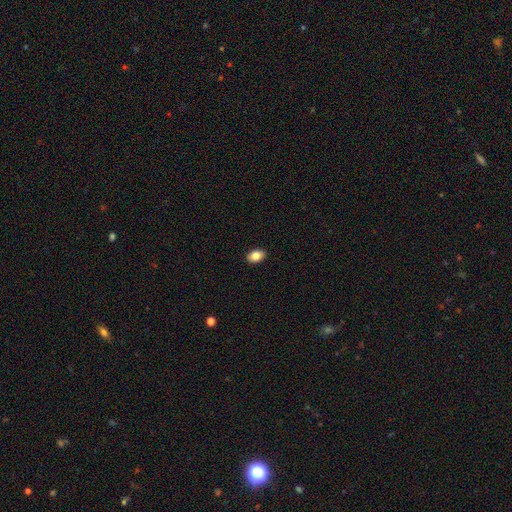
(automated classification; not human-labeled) Morphology: type=smooth (85%); roundness=in between (85%); merging=none (91%).